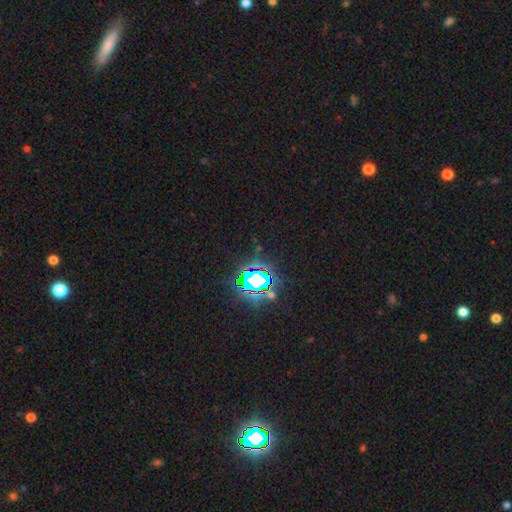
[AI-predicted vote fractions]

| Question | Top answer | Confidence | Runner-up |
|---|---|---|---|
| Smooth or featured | star or artifact | 82% | smooth (11%) |